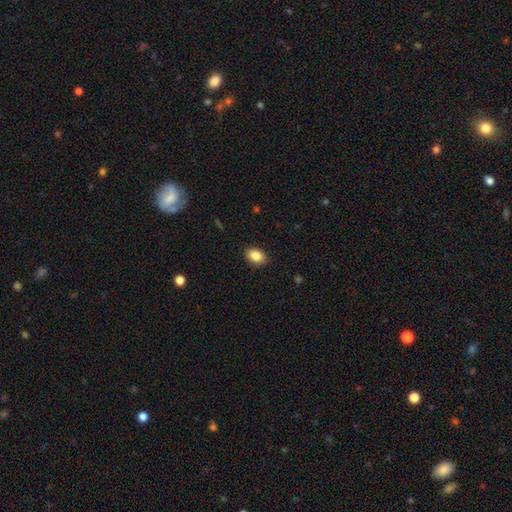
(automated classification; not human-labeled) Smooth or featured? smooth (87%)
How rounded? in between (79%)
Merging? none (88%)